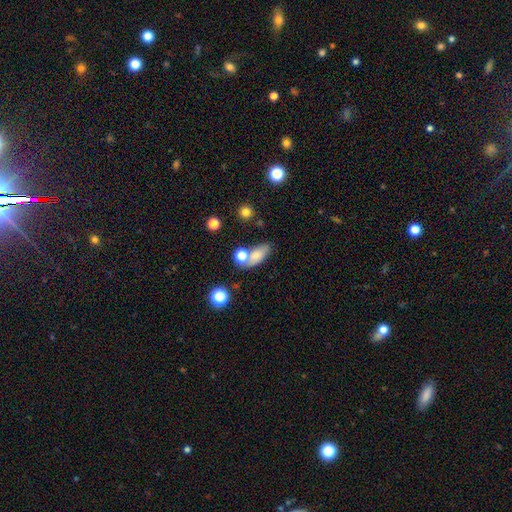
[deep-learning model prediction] Overall: smooth (75%). How rounded: in between (78%). Merging: none (55%; merger 22%).